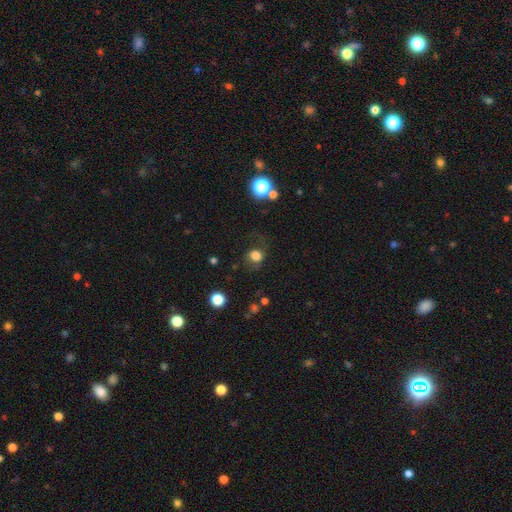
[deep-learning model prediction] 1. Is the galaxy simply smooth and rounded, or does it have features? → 76% smooth, 13% star or artifact, 11% featured or disk.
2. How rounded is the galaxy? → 68% round, 31% in between, 1% cigar-shaped.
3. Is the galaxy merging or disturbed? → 56% none, 21% minor disturbance, 20% major disturbance, 3% merger.